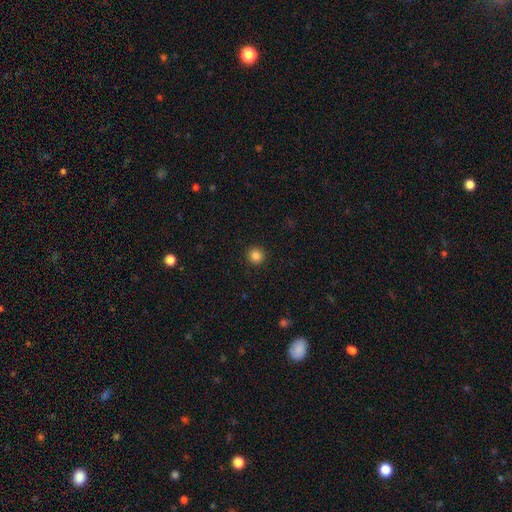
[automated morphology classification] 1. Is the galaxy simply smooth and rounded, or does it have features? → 86% smooth, 11% star or artifact, 3% featured or disk.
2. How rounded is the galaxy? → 95% round, 4% in between, 1% cigar-shaped.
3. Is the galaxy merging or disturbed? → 93% none, 5% minor disturbance, 2% major disturbance, 1% merger.